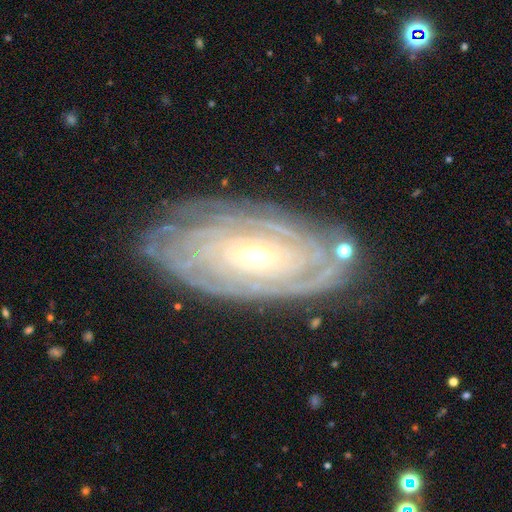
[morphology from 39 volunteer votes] Q: Smooth or featured?
A: featured or disk (95%); runner-up: star or artifact (5%)
Q: Edge-on disk?
A: no (95%); runner-up: yes (5%)
Q: Bar?
A: no (80%); runner-up: weak (20%)
Q: Spiral arms?
A: yes (97%); runner-up: no (3%)
Q: Spiral winding?
A: tight (79%); runner-up: medium (15%)
Q: Spiral arm count?
A: can't tell (56%); runner-up: 3 (32%)
Q: Bulge size?
A: small (54%); runner-up: moderate (46%)
Q: Merging?
A: none (86%); runner-up: minor disturbance (8%)